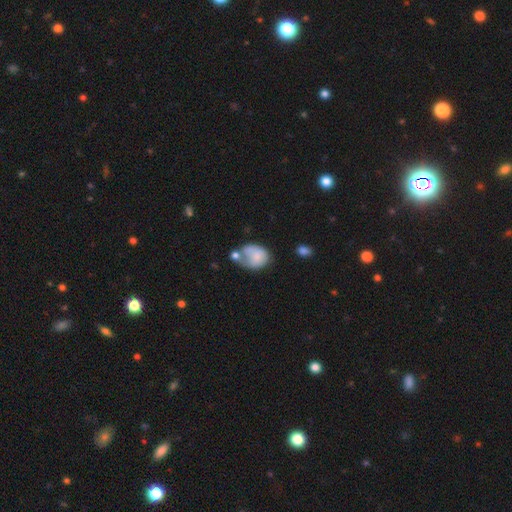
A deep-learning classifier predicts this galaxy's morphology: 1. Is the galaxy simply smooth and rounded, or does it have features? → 61% smooth, 31% featured or disk, 8% star or artifact.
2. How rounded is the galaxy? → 65% in between, 34% round, 1% cigar-shaped.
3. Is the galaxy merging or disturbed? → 27% merger, 26% minor disturbance, 26% none, 22% major disturbance.